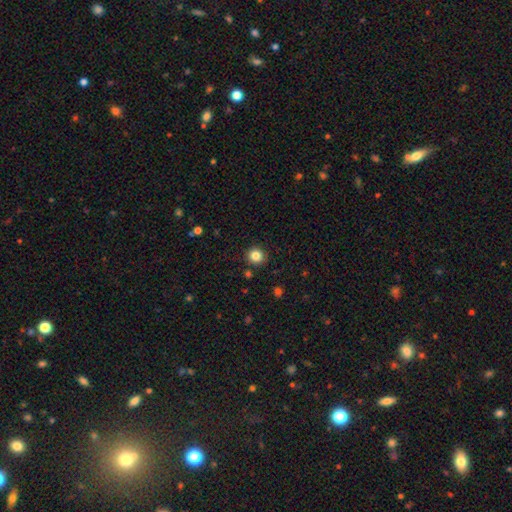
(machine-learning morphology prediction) This is clearly a smooth galaxy (84%). How rounded: clearly round (91%). Merging: clearly none (90%).